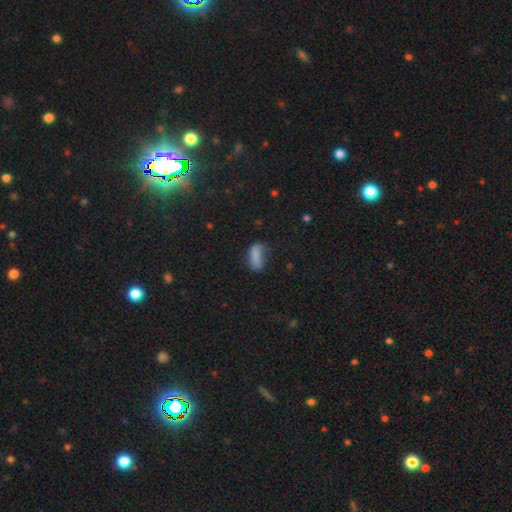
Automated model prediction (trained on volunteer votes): Smooth or featured: smooth — 78% (featured or disk — 11%)
How rounded: in between — 78% (cigar-shaped — 19%)
Merging: none — 41% (minor disturbance — 31%)